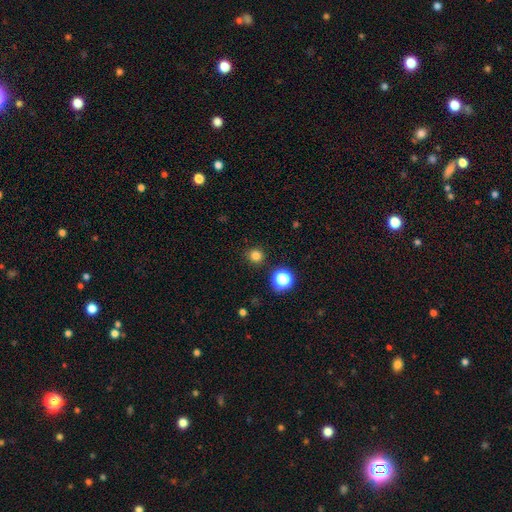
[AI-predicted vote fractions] Q: Smooth or featured?
A: smooth (80%); runner-up: star or artifact (16%)
Q: How rounded?
A: round (94%); runner-up: in between (5%)
Q: Merging?
A: none (91%); runner-up: minor disturbance (6%)